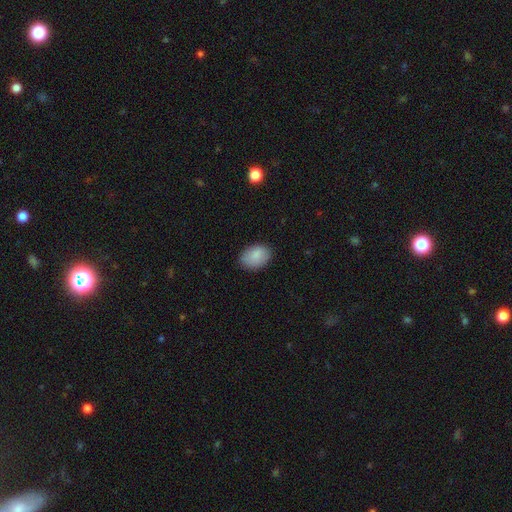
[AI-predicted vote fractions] A smooth galaxy with no disk features (88%) that is in between round and cigar-shaped (84%).

Vote fractions:
- Smooth or featured? smooth: 88% / star or artifact: 7% / featured or disk: 6%
- How rounded? in between: 84% / round: 15% / cigar-shaped: 1%
- Merging? none: 84% / minor disturbance: 13% / major disturbance: 3% / merger: 1%